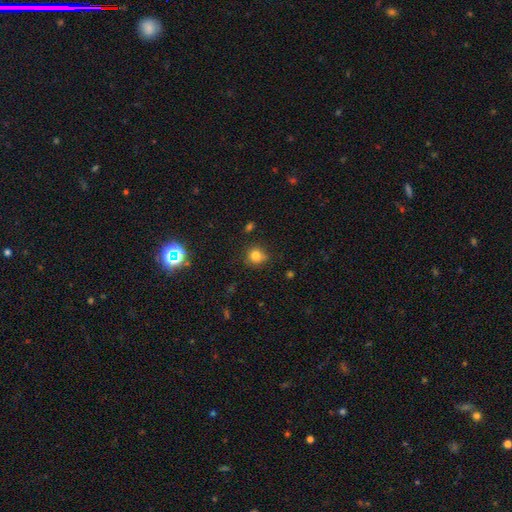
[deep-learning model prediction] Smooth or featured?
  - smooth: 80% *
  - star or artifact: 14%
  - featured or disk: 6%
How rounded?
  - round: 86% *
  - in between: 14%
  - cigar-shaped: 1%
Merging?
  - none: 78% *
  - minor disturbance: 16%
  - major disturbance: 4%
  - merger: 2%